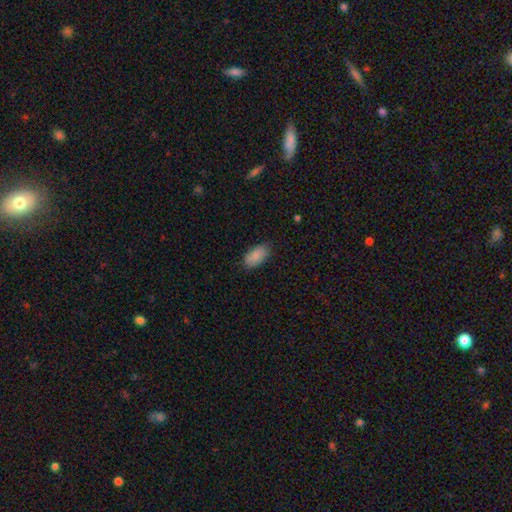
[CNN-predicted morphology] A smooth galaxy with no disk features (88%) that is in between round and cigar-shaped (93%). Merging: none (83%).